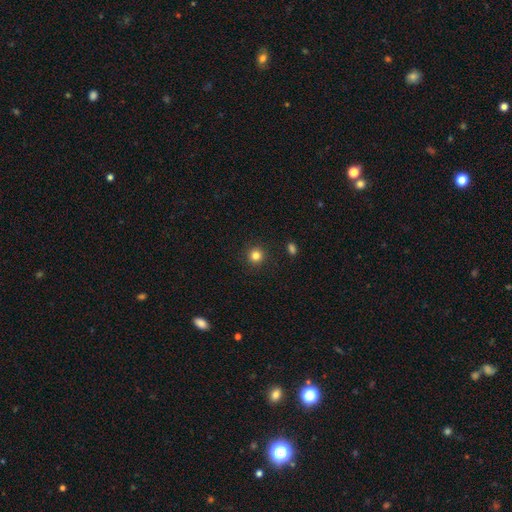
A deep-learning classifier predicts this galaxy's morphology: Smooth or featured: smooth — 83% (star or artifact — 13%)
How rounded: round — 94% (in between — 5%)
Merging: none — 91% (minor disturbance — 6%)